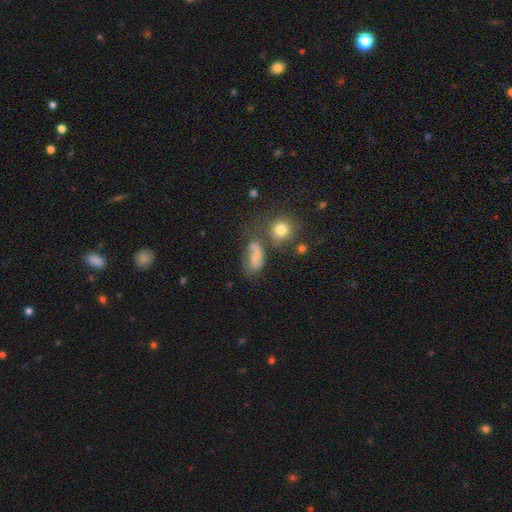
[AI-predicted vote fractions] Overall: featured or disk (44%; smooth 43%). Merging: none (39%; minor disturbance 25%).